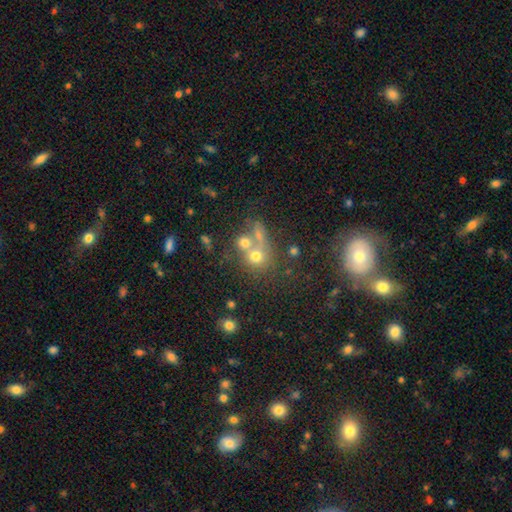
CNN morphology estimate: Q: Smooth or featured?
A: smooth (61%); runner-up: star or artifact (20%)
Q: How rounded?
A: round (79%); runner-up: in between (19%)
Q: Merging?
A: merger (45%); runner-up: none (39%)